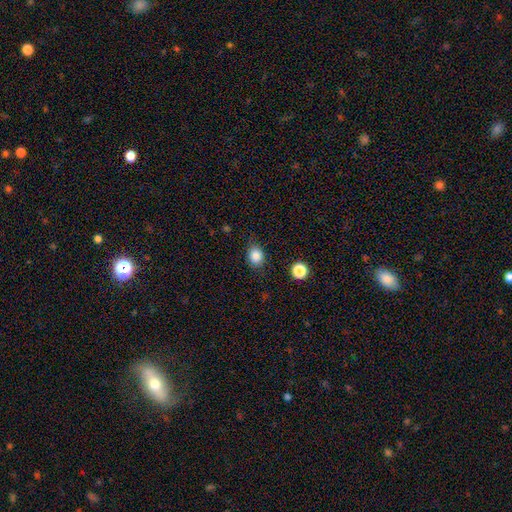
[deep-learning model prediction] A smooth galaxy with no disk features (86%) that is round (58%). Merging: none (81%).